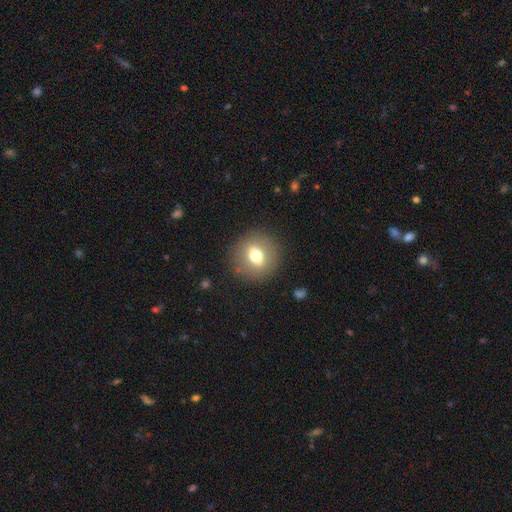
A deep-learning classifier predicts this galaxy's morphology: The model was most divided on "smooth or featured": smooth: 62%, featured or disk: 27%, star or artifact: 11%. More confident: merging — none (87%); how rounded — round (80%).